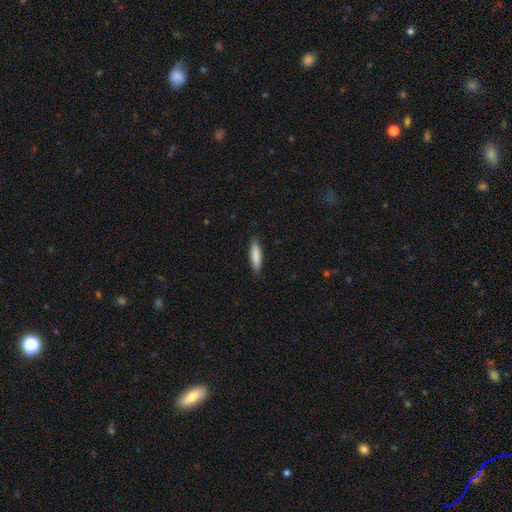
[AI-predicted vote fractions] smooth-or-featured: smooth: 84% | featured or disk: 10% | star or artifact: 6%
  how-rounded: cigar-shaped: 72% | in between: 27% | round: 1%
  merging: none: 88% | minor disturbance: 9% | major disturbance: 2% | merger: 1%